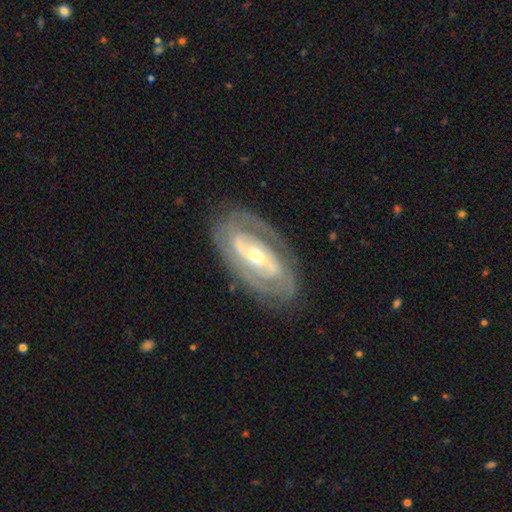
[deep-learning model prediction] Smooth or featured?
  - featured or disk: 83% *
  - smooth: 12%
  - star or artifact: 5%
Edge-on disk?
  - no: 92% *
  - yes: 8%
Bar?
  - no: 42% *
  - strong: 30%
  - weak: 28%
Spiral arms?
  - yes: 76% *
  - no: 24%
Spiral winding?
  - tight: 63% *
  - medium: 27%
  - loose: 9%
Spiral arm count?
  - 2: 58% *
  - can't tell: 26%
  - 3: 7%
  - 1: 4%
  - 4: 3%
  - more than 4: 2%
Bulge size?
  - moderate: 52% *
  - small: 43%
  - large: 3%
  - dominant: 1%
  - none: 1%
Merging?
  - none: 80% *
  - minor disturbance: 13%
  - major disturbance: 6%
  - merger: 1%